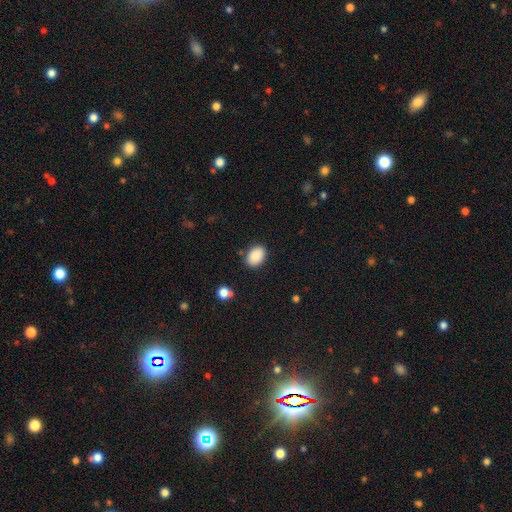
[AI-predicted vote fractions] Morphology: type=smooth (89%); roundness=in between (78%); merging=none (84%).